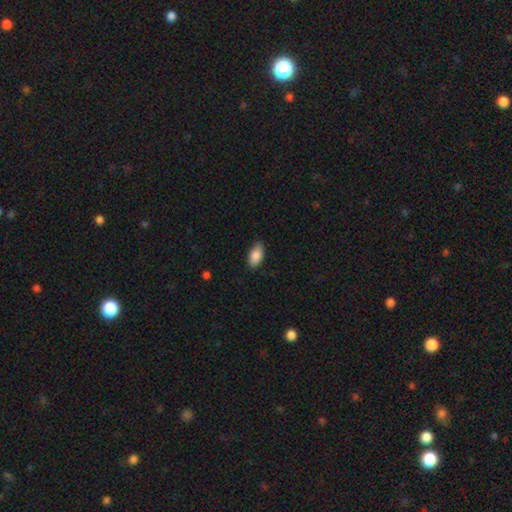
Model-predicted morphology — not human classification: type=smooth (87%); roundness=in between (93%); merging=none (84%).